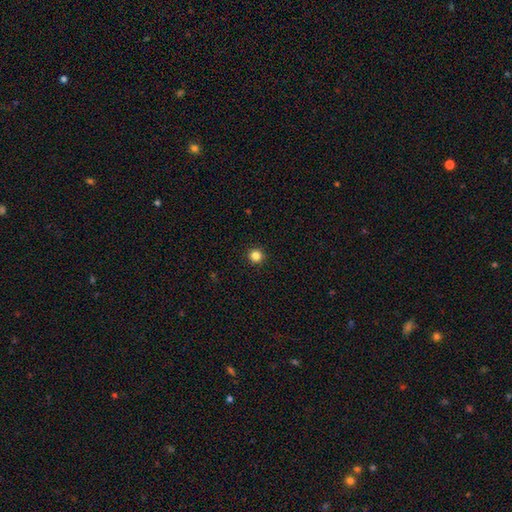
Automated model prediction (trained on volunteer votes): Smooth or featured: smooth — 85% (star or artifact — 12%)
How rounded: round — 96% (in between — 4%)
Merging: none — 93% (minor disturbance — 4%)